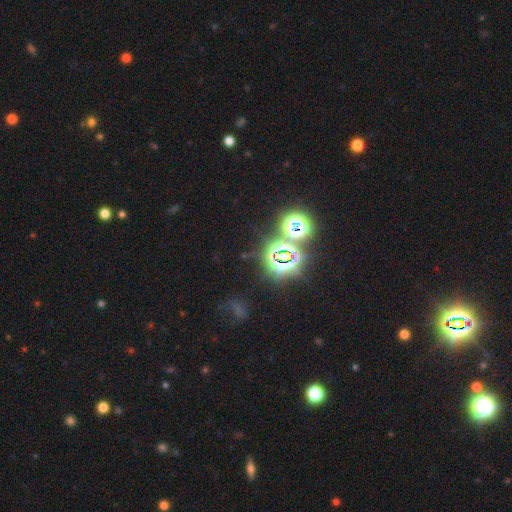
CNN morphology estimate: A star or artifact, not a galaxy (76%).